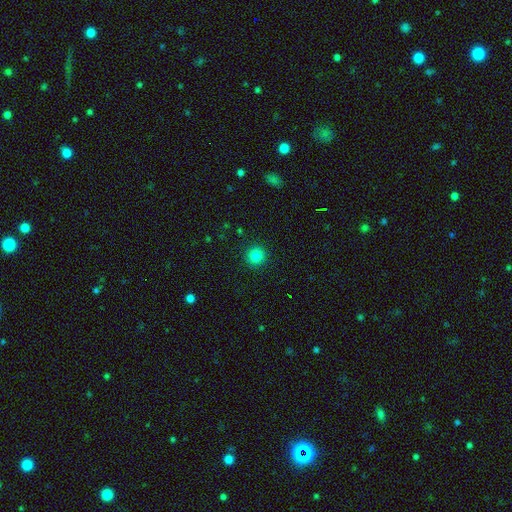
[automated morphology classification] Q: Smooth or featured?
A: smooth (84%); runner-up: star or artifact (12%)
Q: How rounded?
A: round (94%); runner-up: in between (5%)
Q: Merging?
A: none (92%); runner-up: minor disturbance (5%)